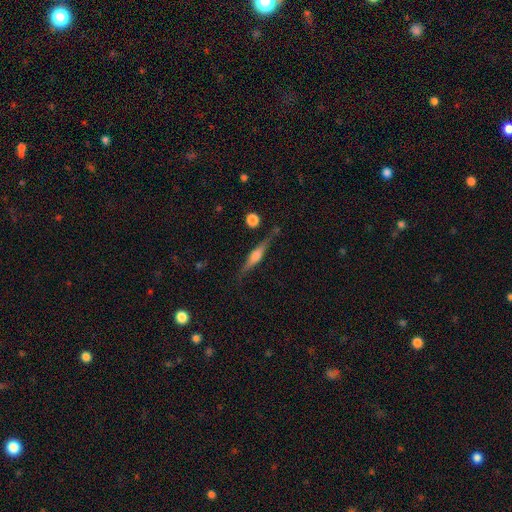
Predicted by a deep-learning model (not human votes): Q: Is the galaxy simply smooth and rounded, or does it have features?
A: featured or disk — 70%.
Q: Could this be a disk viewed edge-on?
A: yes — 97%.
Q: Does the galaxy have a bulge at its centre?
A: rounded — 79%.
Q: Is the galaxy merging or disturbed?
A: none — 82%.